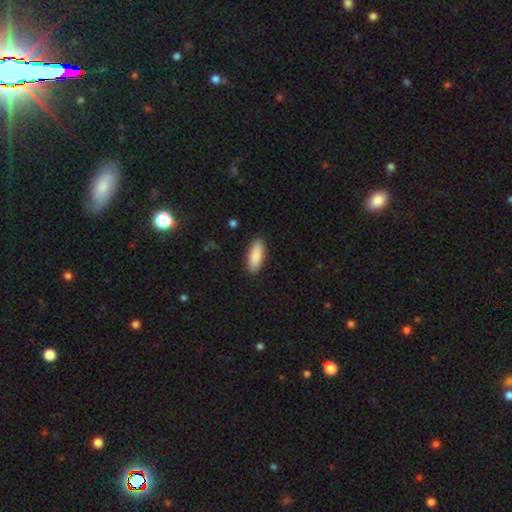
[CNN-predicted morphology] Smooth or featured? smooth (89%)
How rounded? in between (78%)
Merging? none (89%)